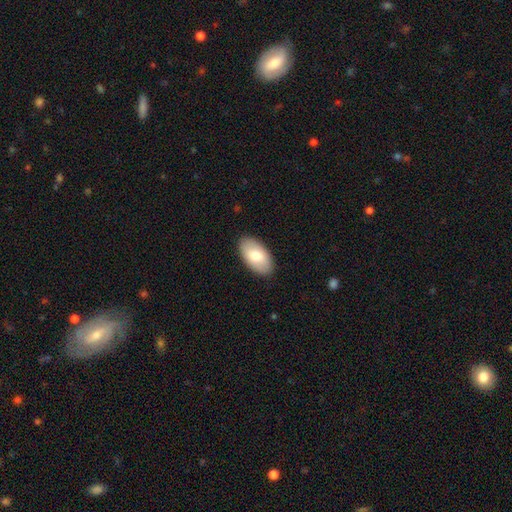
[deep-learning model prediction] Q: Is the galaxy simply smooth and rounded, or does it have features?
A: smooth — 76%.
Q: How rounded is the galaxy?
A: in between — 96%.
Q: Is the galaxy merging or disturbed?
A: none — 89%.